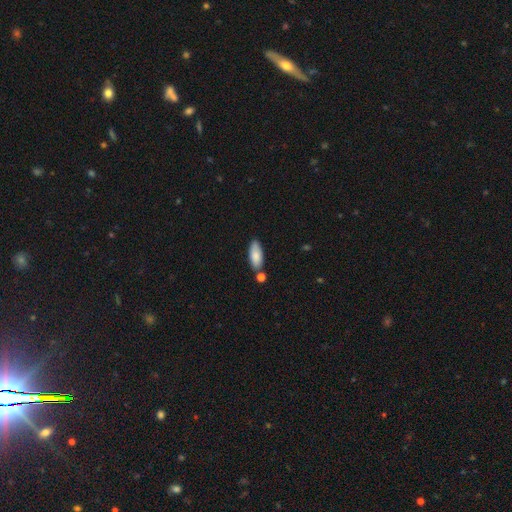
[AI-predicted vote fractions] The model was most divided on "merging": none: 70%, minor disturbance: 16%, merger: 11%, major disturbance: 3%. More confident: smooth or featured — smooth (84%); how rounded — in between (81%).